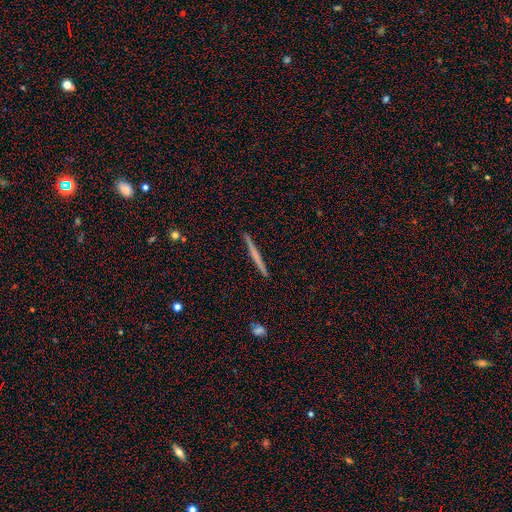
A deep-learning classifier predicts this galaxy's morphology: smooth_or_featured: smooth (p=0.48) [alt: featured or disk p=0.46]
merging: none (p=0.92) [alt: minor disturbance p=0.05]